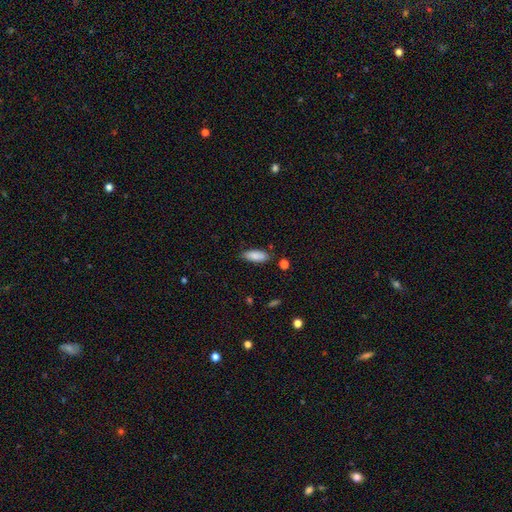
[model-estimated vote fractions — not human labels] Smooth or featured: smooth — 87% (star or artifact — 7%)
How rounded: in between — 74% (cigar-shaped — 24%)
Merging: none — 81% (minor disturbance — 14%)